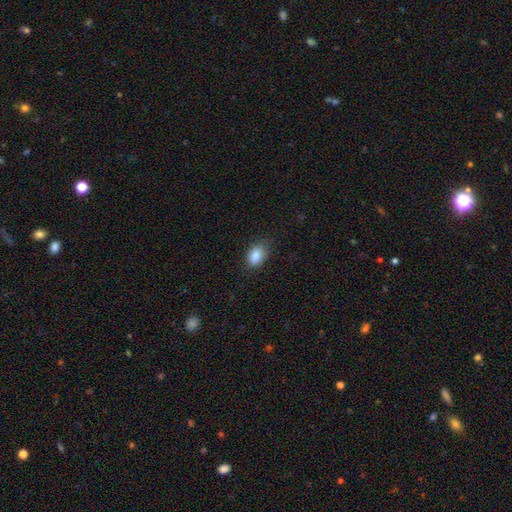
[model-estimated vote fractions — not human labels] The model was most divided on "merging": none: 76%, minor disturbance: 19%, major disturbance: 4%, merger: 1%. More confident: how rounded — in between (88%); smooth or featured — smooth (87%).